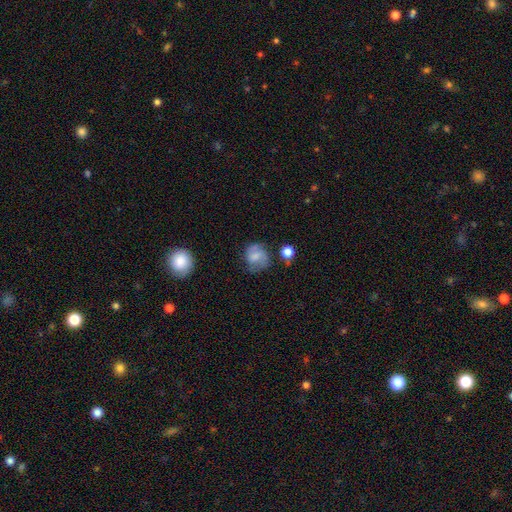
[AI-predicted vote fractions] This is possibly a smooth galaxy (54%). How rounded: likely round (68%). Merging: possibly none (53%).